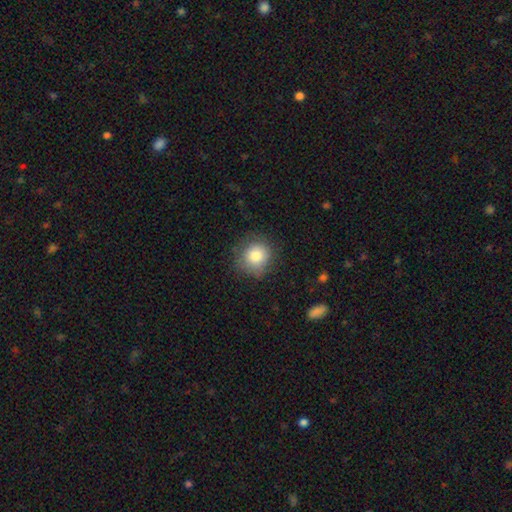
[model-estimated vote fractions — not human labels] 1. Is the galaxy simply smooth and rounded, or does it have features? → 81% smooth, 9% featured or disk, 9% star or artifact.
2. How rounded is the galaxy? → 88% round, 11% in between, 1% cigar-shaped.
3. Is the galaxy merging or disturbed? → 76% none, 18% minor disturbance, 5% major disturbance, 1% merger.